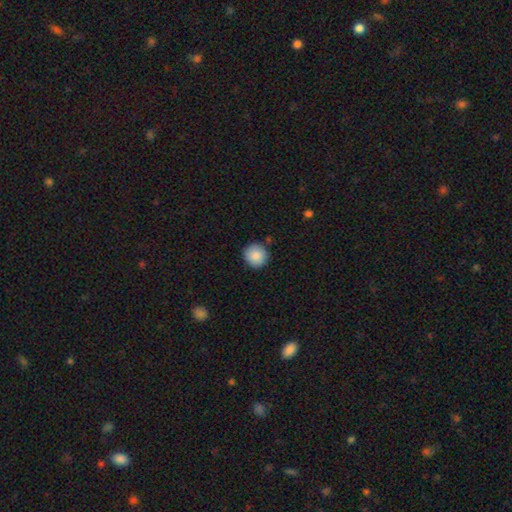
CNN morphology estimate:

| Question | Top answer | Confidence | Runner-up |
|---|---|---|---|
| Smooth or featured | smooth | 88% | star or artifact (8%) |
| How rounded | round | 94% | in between (5%) |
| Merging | none | 89% | minor disturbance (7%) |